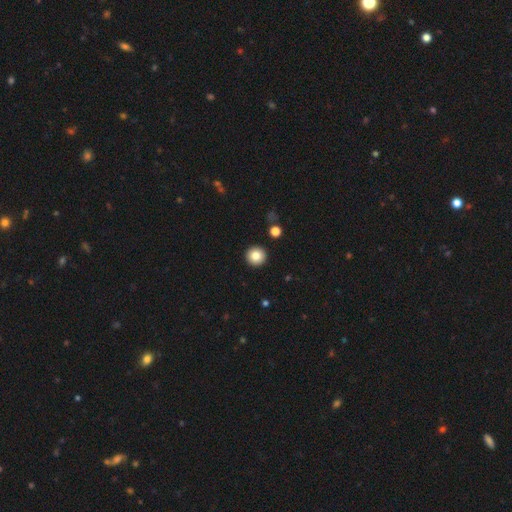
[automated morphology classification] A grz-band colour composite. It shows a smooth galaxy with no disk features (83%) that is round (96%). Merging: none (93%).